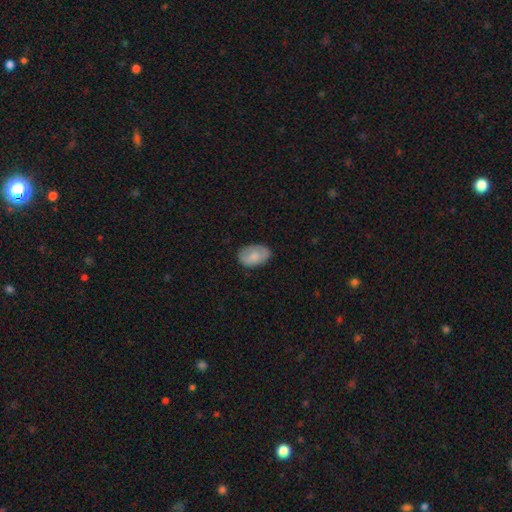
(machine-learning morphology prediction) Smooth or featured? smooth (74%)
How rounded? in between (89%)
Merging? none (79%)